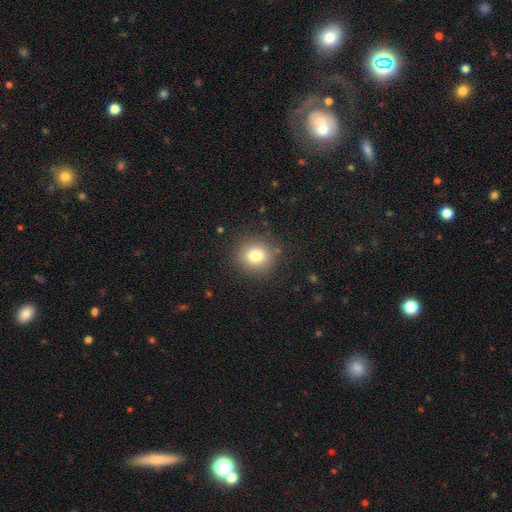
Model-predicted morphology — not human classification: smooth-or-featured: smooth: 79% | star or artifact: 12% | featured or disk: 9%
  how-rounded: round: 87% | in between: 12% | cigar-shaped: 1%
  merging: none: 88% | minor disturbance: 8% | major disturbance: 3% | merger: 1%